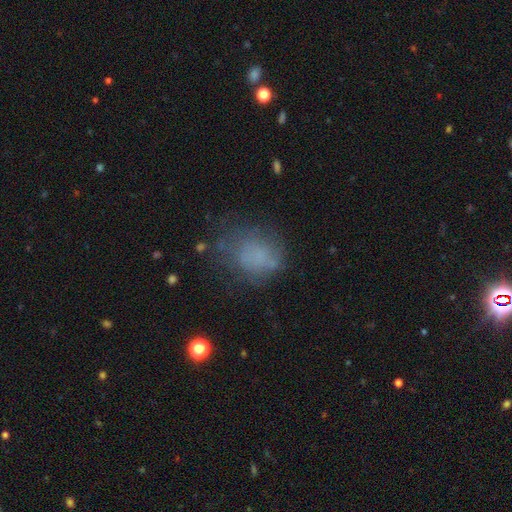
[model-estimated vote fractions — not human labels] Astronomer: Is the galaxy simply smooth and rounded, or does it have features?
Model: smooth — 65%.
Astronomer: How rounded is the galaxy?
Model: round — 52% (runner-up: in between, 47%).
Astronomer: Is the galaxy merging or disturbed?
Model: none — 50%.